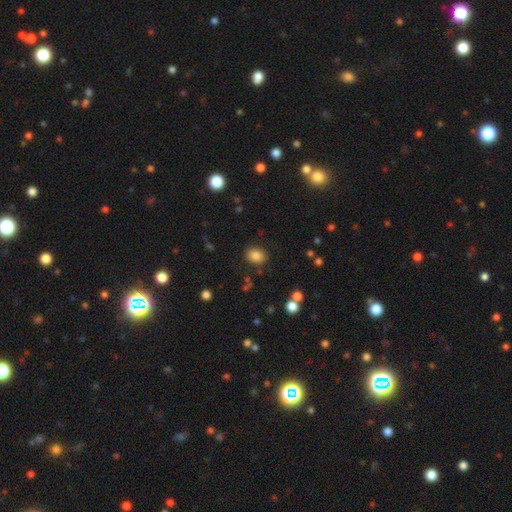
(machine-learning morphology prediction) A smooth galaxy with no disk features (84%) that is in between round and cigar-shaped (54%). Merging: none (85%).